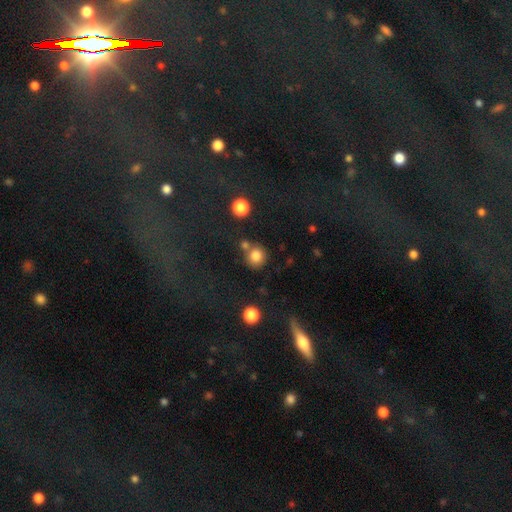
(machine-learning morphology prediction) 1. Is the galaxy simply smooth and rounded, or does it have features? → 80% smooth, 12% star or artifact, 7% featured or disk.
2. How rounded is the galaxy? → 88% round, 11% in between, 1% cigar-shaped.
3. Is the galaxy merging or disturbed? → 65% none, 22% merger, 10% minor disturbance, 3% major disturbance.